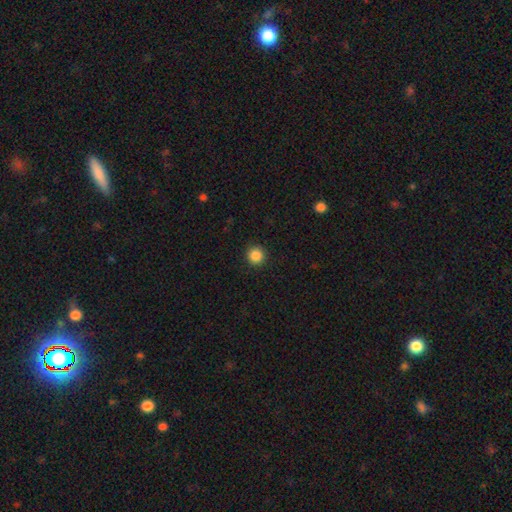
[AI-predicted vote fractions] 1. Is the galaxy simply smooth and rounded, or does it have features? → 87% smooth, 10% star or artifact, 3% featured or disk.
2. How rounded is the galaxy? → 95% round, 4% in between, 1% cigar-shaped.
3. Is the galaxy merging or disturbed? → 93% none, 5% minor disturbance, 2% major disturbance, 1% merger.